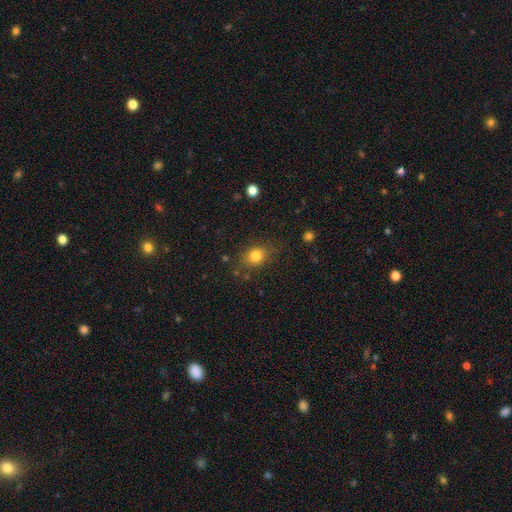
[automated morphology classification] This is clearly a smooth galaxy (80%). How rounded: possibly round (53%). Merging: likely none (77%).